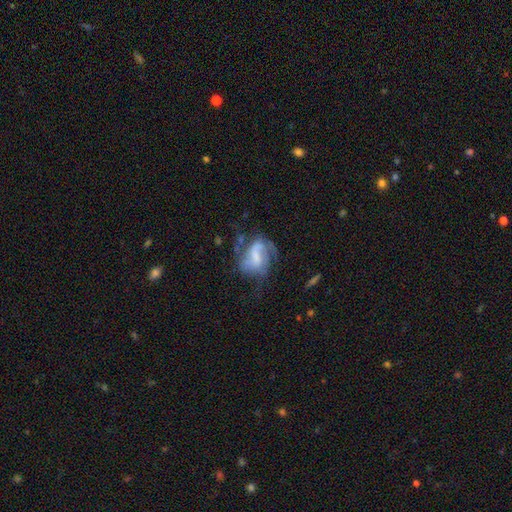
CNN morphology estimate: type=featured or disk (69%); edge-on=no (97%); bar=weak (46%); spiral arms=yes (82%); winding=medium (45%); arm count=2 (56%); bulge=none (30%); merging=none (38%).